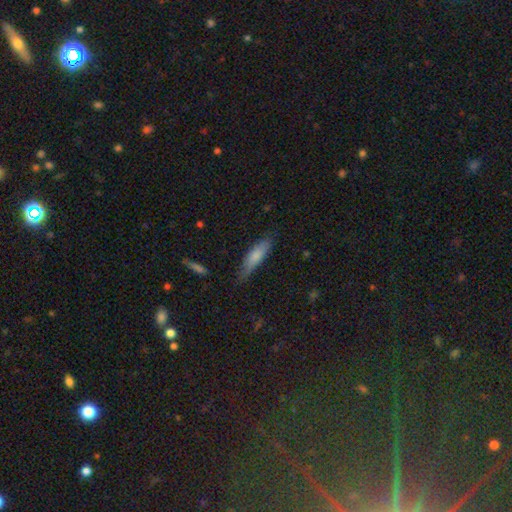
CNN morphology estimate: Q: Smooth or featured?
A: smooth (77%); runner-up: featured or disk (16%)
Q: How rounded?
A: cigar-shaped (64%); runner-up: in between (34%)
Q: Merging?
A: none (69%); runner-up: minor disturbance (25%)